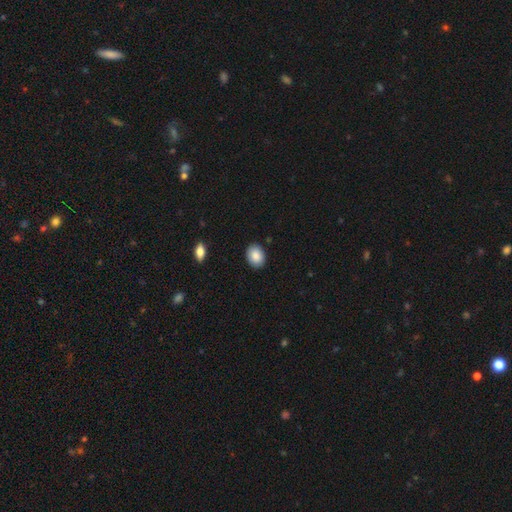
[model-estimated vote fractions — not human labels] smooth_or_featured: smooth (p=0.88) [alt: star or artifact p=0.07]
how_rounded: in between (p=0.68) [alt: round p=0.31]
merging: none (p=0.89) [alt: minor disturbance p=0.08]